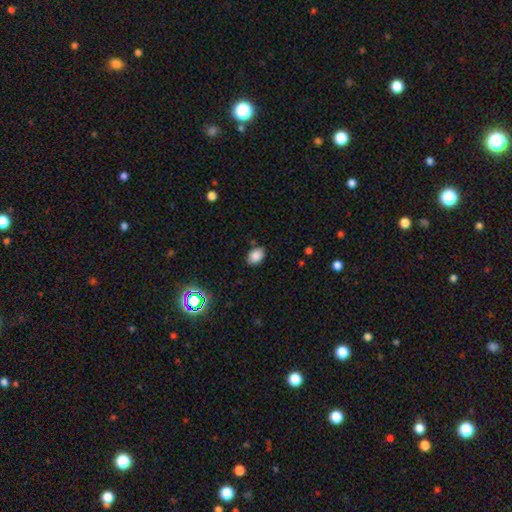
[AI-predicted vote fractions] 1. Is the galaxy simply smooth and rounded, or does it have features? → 85% smooth, 10% star or artifact, 4% featured or disk.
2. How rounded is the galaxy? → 80% in between, 19% round, 1% cigar-shaped.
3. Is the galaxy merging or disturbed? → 83% none, 13% minor disturbance, 3% major disturbance, 2% merger.